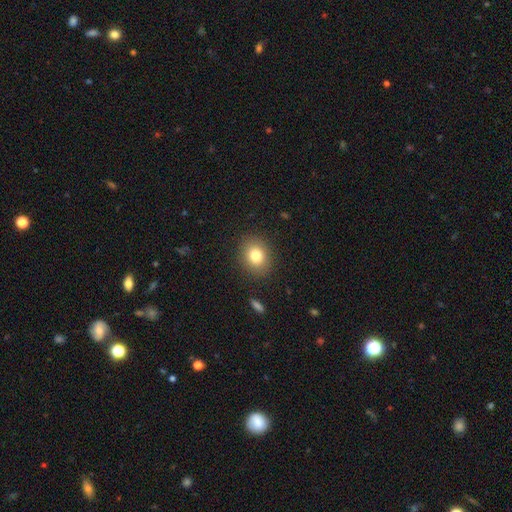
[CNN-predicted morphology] Smooth or featured: smooth — 80% (star or artifact — 11%)
How rounded: round — 65% (in between — 34%)
Merging: none — 88% (minor disturbance — 8%)